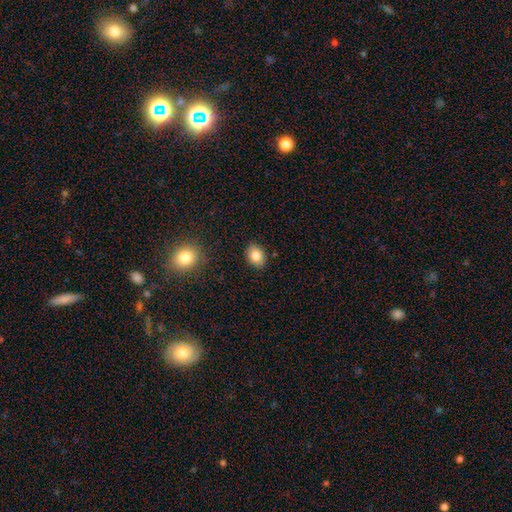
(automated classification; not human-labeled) Smooth or featured: smooth — 83% (star or artifact — 9%)
How rounded: in between — 65% (round — 34%)
Merging: none — 88% (minor disturbance — 9%)